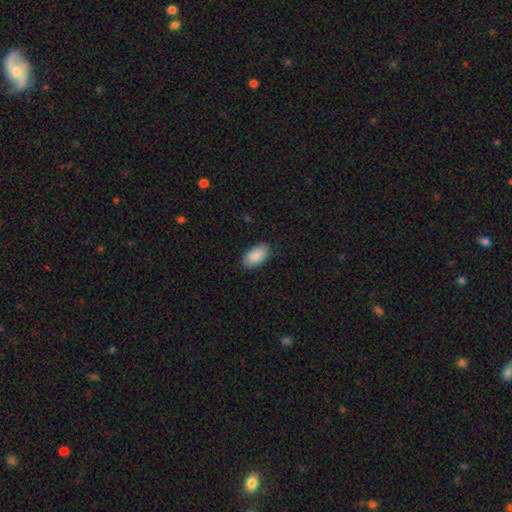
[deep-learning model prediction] smooth 90%, star or artifact 6%, featured or disk 4%. Down the decision tree: how rounded — in between (95%); merging — none (87%).